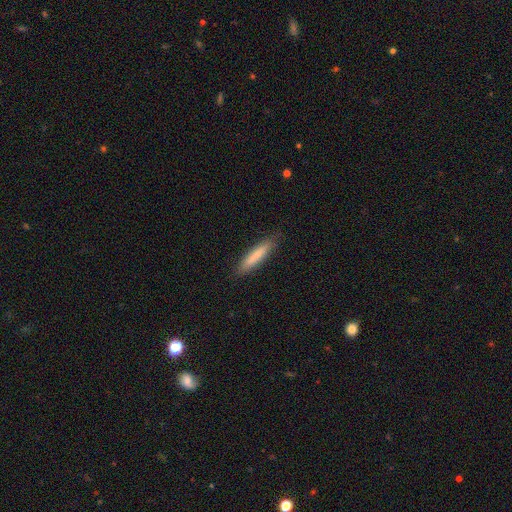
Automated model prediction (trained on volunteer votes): Smooth or featured? smooth (82%)
How rounded? cigar-shaped (87%)
Merging? none (86%)